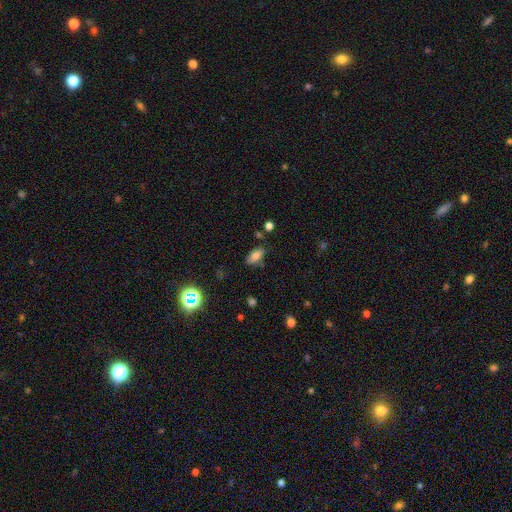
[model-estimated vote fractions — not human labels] smooth_or_featured: smooth (p=0.77) [alt: star or artifact p=0.12]
how_rounded: in between (p=0.91) [alt: round p=0.05]
merging: none (p=0.74) [alt: minor disturbance p=0.18]